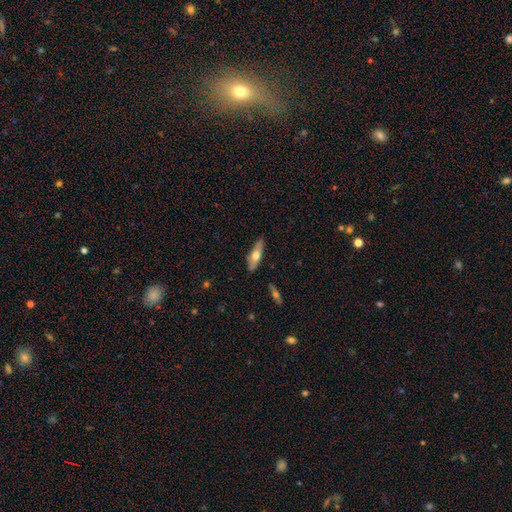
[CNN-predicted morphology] Overall: smooth (56%; featured or disk 38%). How rounded: in between (49%, tied with cigar-shaped). Merging: none (84%).